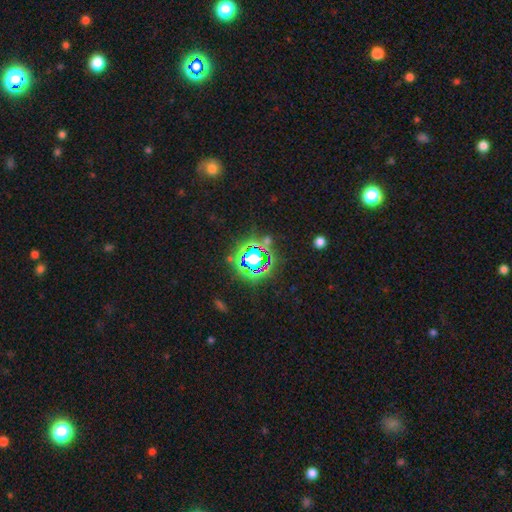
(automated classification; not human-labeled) Smooth or featured: star or artifact — 77% (smooth — 15%)